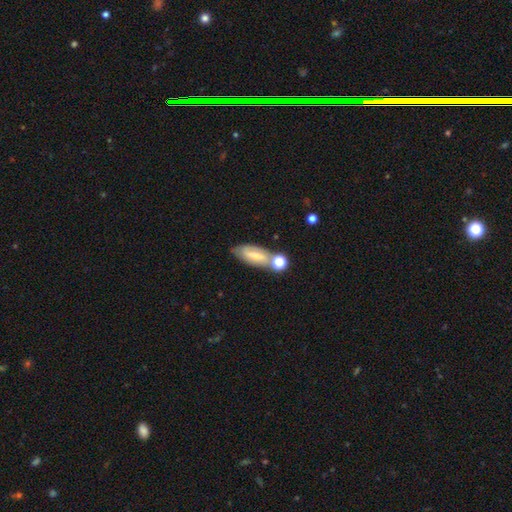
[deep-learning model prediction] A smooth galaxy with no disk features (46%).

Vote fractions:
- Smooth or featured? smooth: 46% / featured or disk: 45% / star or artifact: 9%
- Merging? none: 52% / merger: 22% / minor disturbance: 20% / major disturbance: 7%